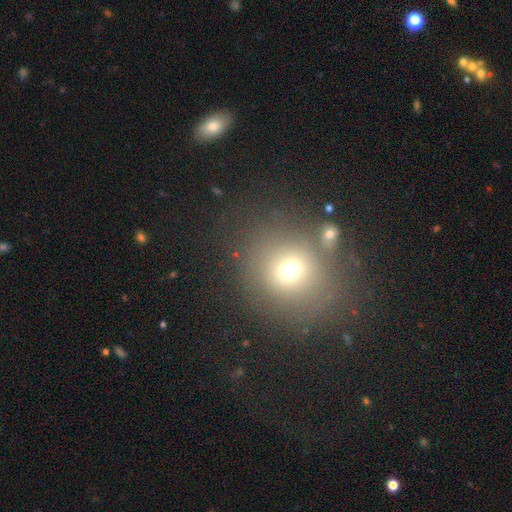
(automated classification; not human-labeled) smooth_or_featured: smooth (p=0.65) [alt: star or artifact p=0.22]
how_rounded: round (p=0.75) [alt: in between p=0.24]
merging: none (p=0.74) [alt: minor disturbance p=0.12]